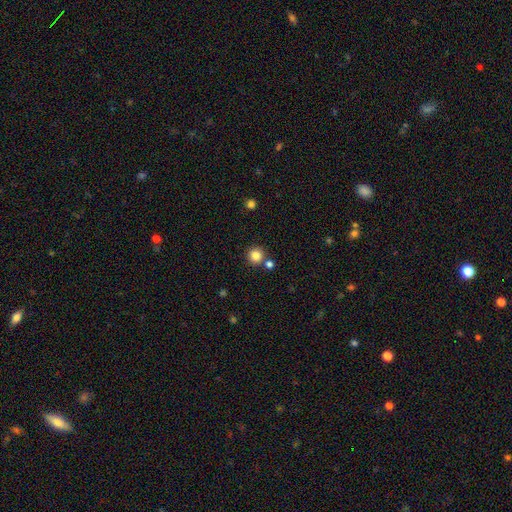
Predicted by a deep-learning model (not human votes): Overall: smooth (83%). How rounded: round (95%). Merging: none (81%).